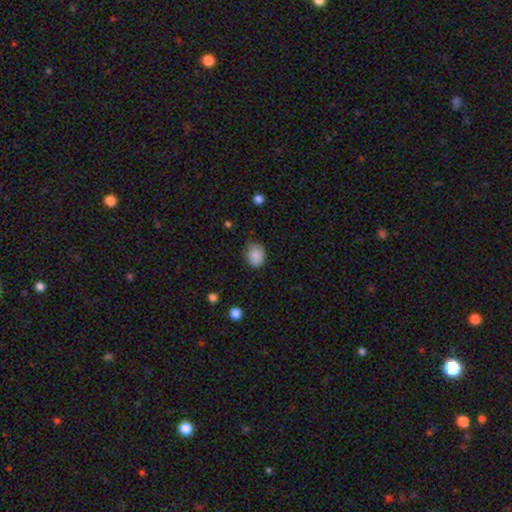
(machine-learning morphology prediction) Q: Smooth or featured?
A: smooth (87%); runner-up: star or artifact (8%)
Q: How rounded?
A: in between (50%); runner-up: round (49%)
Q: Merging?
A: none (71%); runner-up: minor disturbance (24%)